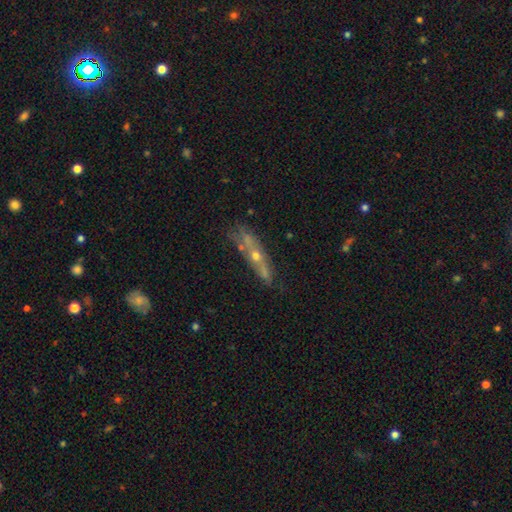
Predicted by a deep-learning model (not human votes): Overall: featured or disk (50%; smooth 32%). Merging: none (50%; minor disturbance 20%).